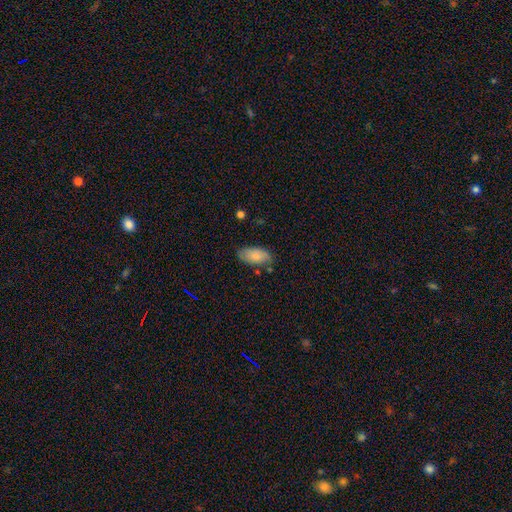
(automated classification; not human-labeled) This is clearly a smooth galaxy (83%). How rounded: clearly in between (93%). Merging: likely none (74%).